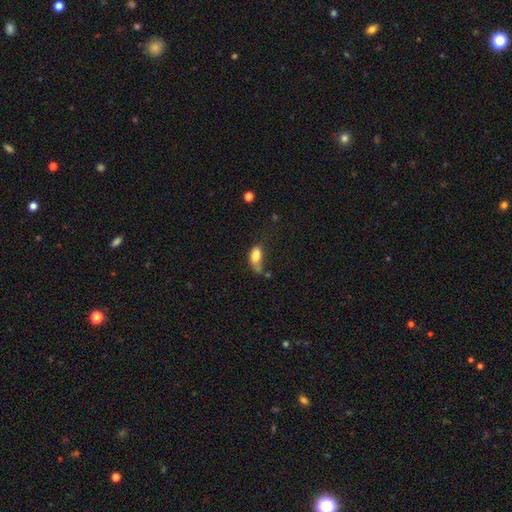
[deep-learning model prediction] Smooth or featured?
  - smooth: 76% *
  - featured or disk: 15%
  - star or artifact: 9%
How rounded?
  - in between: 85% *
  - round: 9%
  - cigar-shaped: 6%
Merging?
  - major disturbance: 35% *
  - minor disturbance: 27%
  - none: 23%
  - merger: 15%